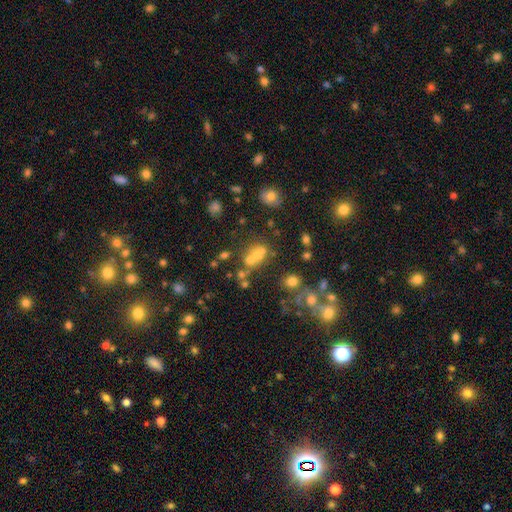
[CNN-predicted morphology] This appears to be a smooth galaxy with no disk features (56%) that is round (62%). Merging: merger (48%).